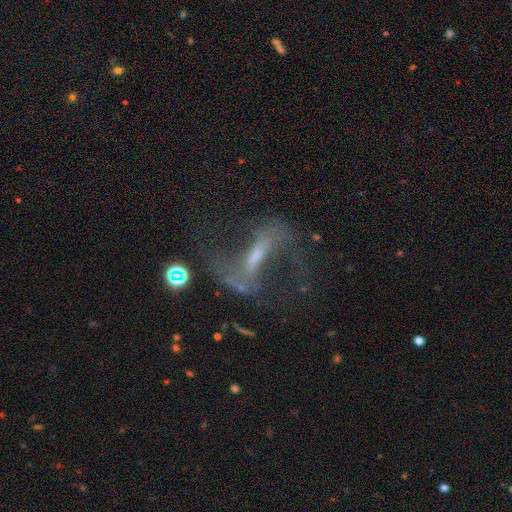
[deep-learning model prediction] The model was most divided on "bulge size": small: 43%, moderate: 27%, none: 25%, large: 4%, dominant: 1%. More confident: edge-on disk — no (91%); spiral arm count — 2 (90%); spiral arms — yes (87%); smooth or featured — featured or disk (81%); spiral winding — loose (75%); merging — none (57%); bar — strong (55%).